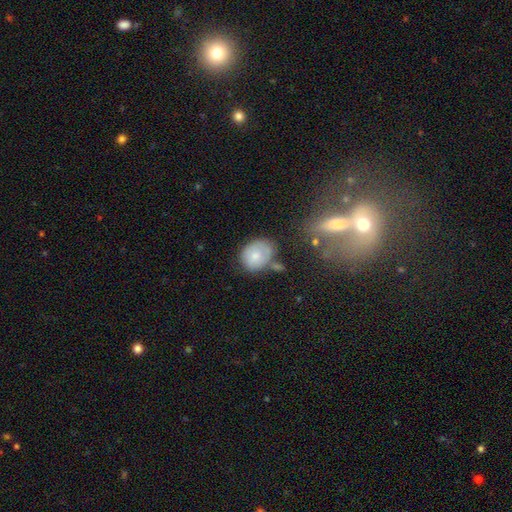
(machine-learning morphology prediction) Q: Smooth or featured?
A: smooth (69%); runner-up: featured or disk (23%)
Q: How rounded?
A: round (52%); runner-up: in between (47%)
Q: Merging?
A: none (51%); runner-up: minor disturbance (26%)